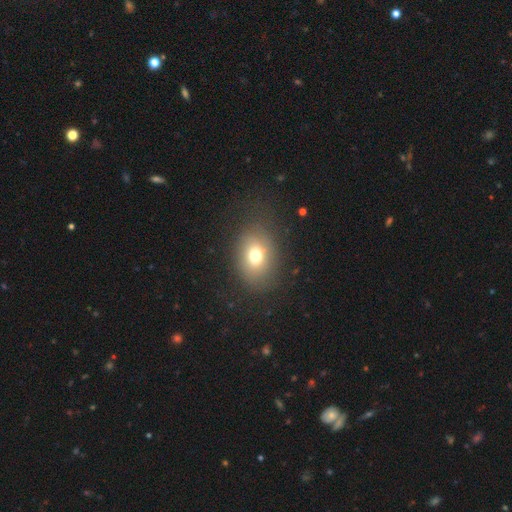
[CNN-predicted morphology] A smooth galaxy with no disk features (72%) that is in between round and cigar-shaped (63%). Merging: none (76%).